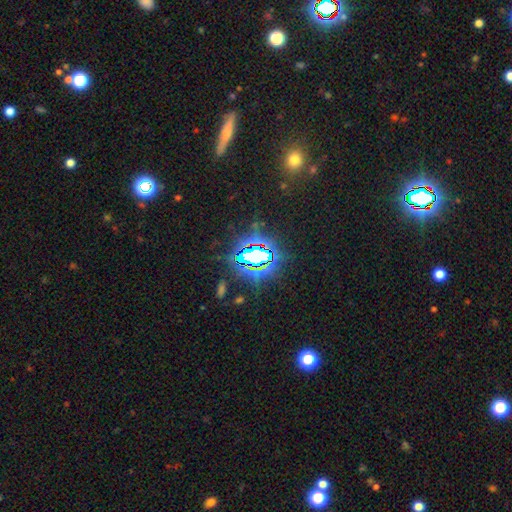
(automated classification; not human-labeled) star or artifact 76%, smooth 13%, featured or disk 11%.